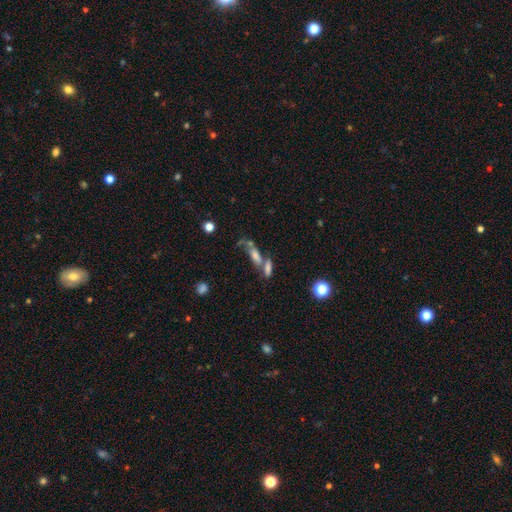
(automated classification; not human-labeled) Smooth or featured?
  - smooth: 43% *
  - featured or disk: 38%
  - star or artifact: 19%
Merging?
  - merger: 51% *
  - none: 27%
  - major disturbance: 13%
  - minor disturbance: 10%